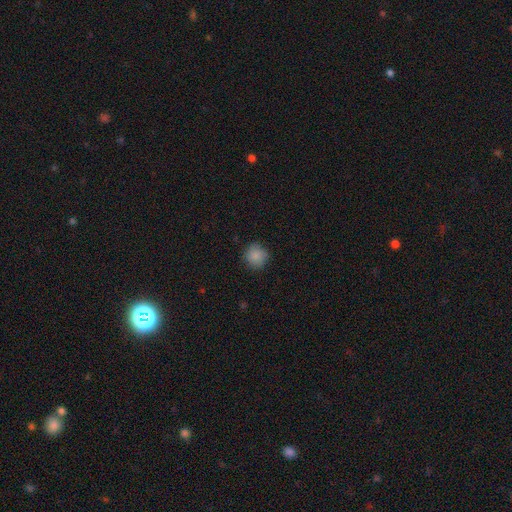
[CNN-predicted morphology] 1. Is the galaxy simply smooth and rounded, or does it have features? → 86% smooth, 9% star or artifact, 5% featured or disk.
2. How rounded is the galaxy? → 91% round, 8% in between, 1% cigar-shaped.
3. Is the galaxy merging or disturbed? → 82% none, 14% minor disturbance, 3% major disturbance, 1% merger.